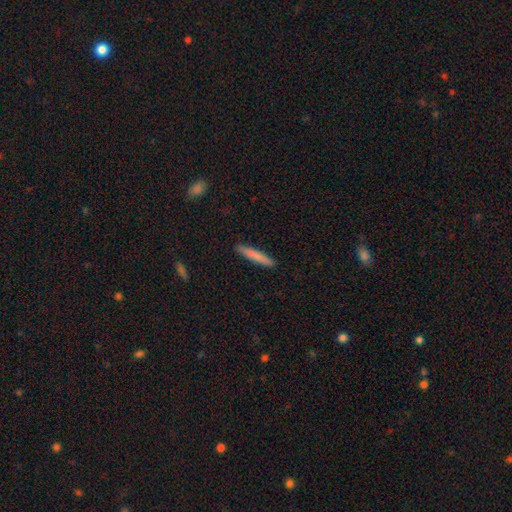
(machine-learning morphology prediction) A smooth galaxy with no disk features (80%) that is cigar-shaped (94%).

Vote fractions:
- Smooth or featured? smooth: 80% / featured or disk: 15% / star or artifact: 5%
- How rounded? cigar-shaped: 94% / in between: 5% / round: 1%
- Merging? none: 91% / minor disturbance: 6% / major disturbance: 1% / merger: 1%